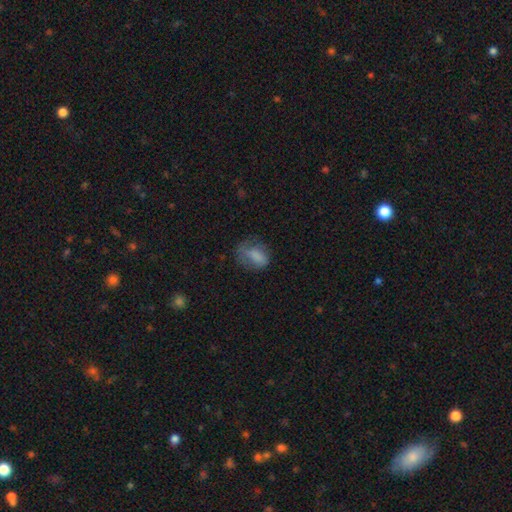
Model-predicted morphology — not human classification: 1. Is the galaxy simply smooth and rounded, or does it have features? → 74% smooth, 16% featured or disk, 10% star or artifact.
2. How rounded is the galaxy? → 80% in between, 17% round, 3% cigar-shaped.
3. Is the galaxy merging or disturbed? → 42% none, 30% minor disturbance, 25% major disturbance, 2% merger.